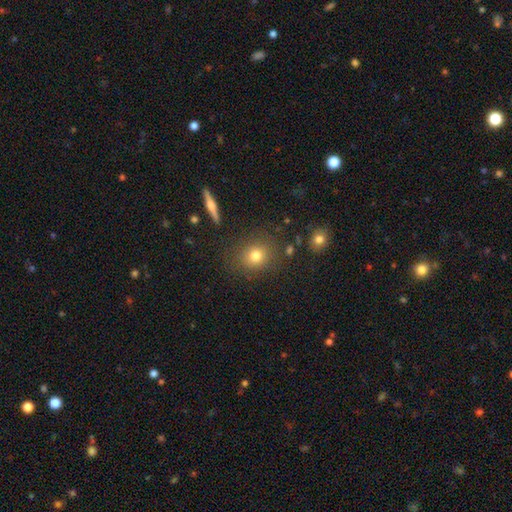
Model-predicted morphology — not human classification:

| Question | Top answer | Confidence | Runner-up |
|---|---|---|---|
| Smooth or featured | smooth | 76% | star or artifact (13%) |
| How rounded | round | 77% | in between (22%) |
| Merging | none | 83% | minor disturbance (10%) |